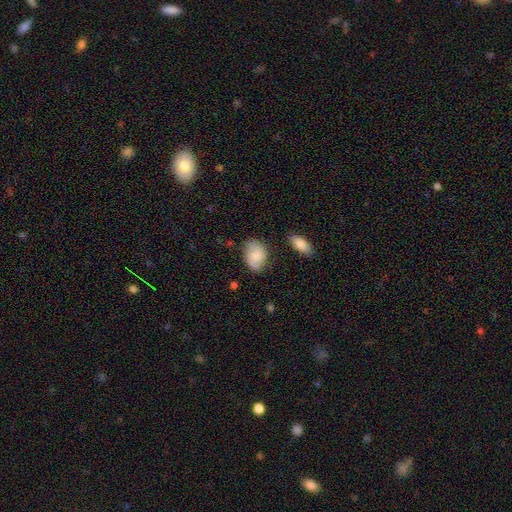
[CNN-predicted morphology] This appears to be a smooth galaxy with no disk features (67%) that is in between round and cigar-shaped (80%). Merging: none (69%).